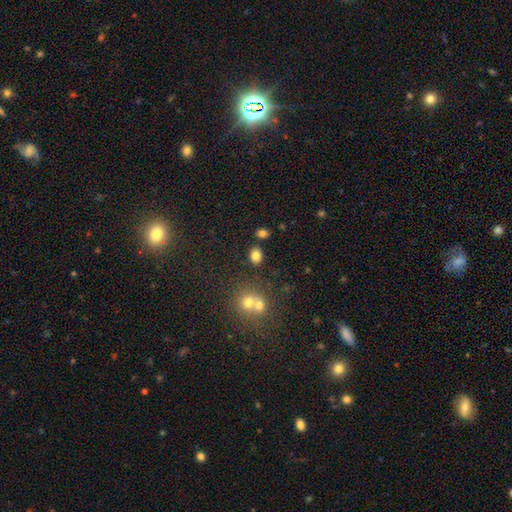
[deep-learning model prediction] A smooth galaxy with no disk features (81%) that is in between round and cigar-shaped (57%).

Vote fractions:
- Smooth or featured? smooth: 81% / star or artifact: 13% / featured or disk: 6%
- How rounded? in between: 57% / round: 42% / cigar-shaped: 1%
- Merging? none: 77% / merger: 11% / minor disturbance: 10% / major disturbance: 3%